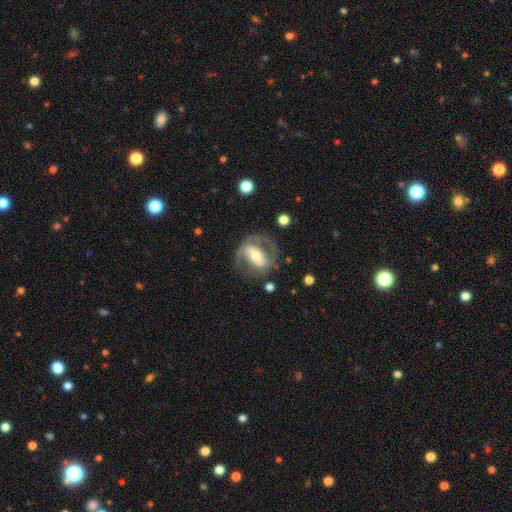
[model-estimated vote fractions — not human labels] smooth-or-featured: featured or disk: 77% | smooth: 17% | star or artifact: 6%
  disk-edge-on: no: 94% | yes: 6%
    bar: strong: 54% | weak: 27% | no: 18%
    has-spiral-arms: yes: 77% | no: 23%
      spiral-winding: medium: 49% | tight: 27% | loose: 23%
      spiral-arm-count: 2: 82% | can't tell: 9% | 1: 6% | 3: 1% | 4: 1% | more than 4: 1%
    bulge-size: moderate: 62% | small: 27% | large: 8% | dominant: 1% | none: 1%
  merging: none: 70% | minor disturbance: 15% | major disturbance: 13% | merger: 2%